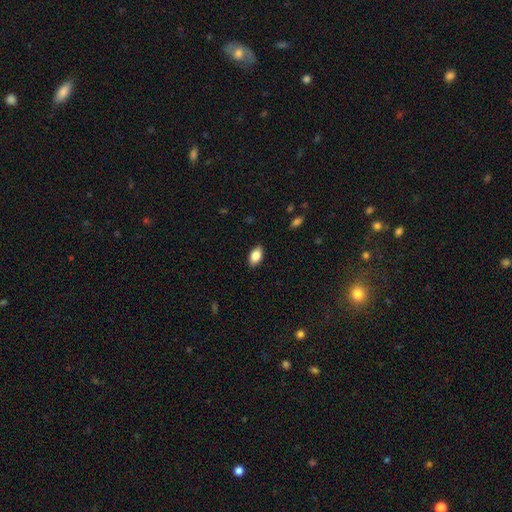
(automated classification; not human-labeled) A smooth galaxy with no disk features (83%) that is in between round and cigar-shaped (91%).

Vote fractions:
- Smooth or featured? smooth: 83% / featured or disk: 9% / star or artifact: 7%
- How rounded? in between: 91% / round: 7% / cigar-shaped: 3%
- Merging? none: 87% / minor disturbance: 10% / major disturbance: 2% / merger: 1%